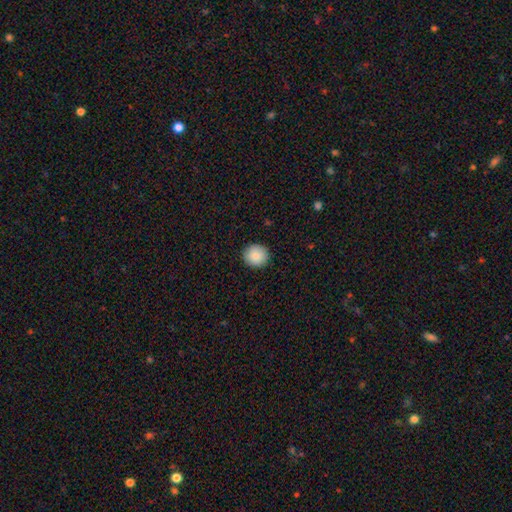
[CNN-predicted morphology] This is clearly a smooth galaxy (88%). How rounded: clearly round (90%). Merging: clearly none (91%).